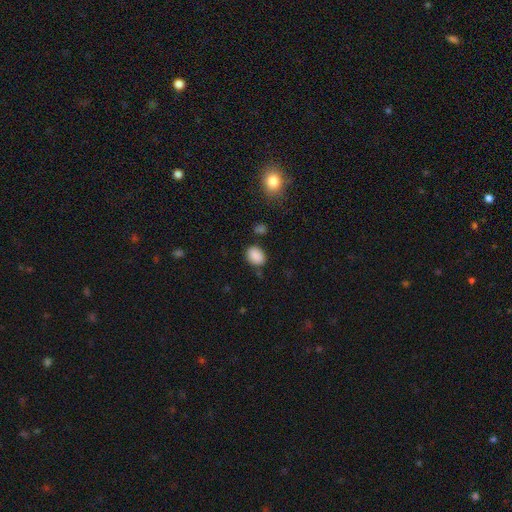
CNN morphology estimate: type=smooth (87%); roundness=in between (62%); merging=none (78%).